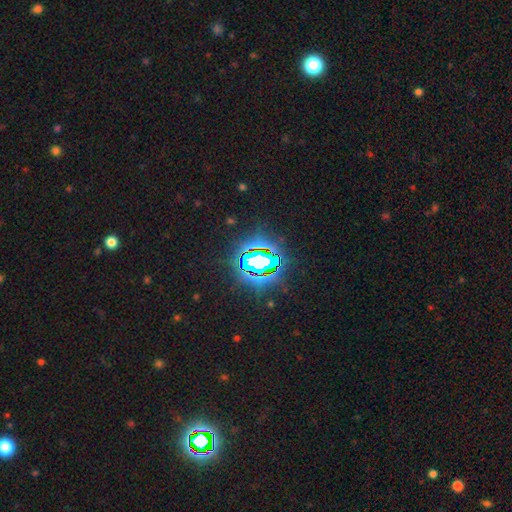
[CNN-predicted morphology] type=star or artifact (76%).